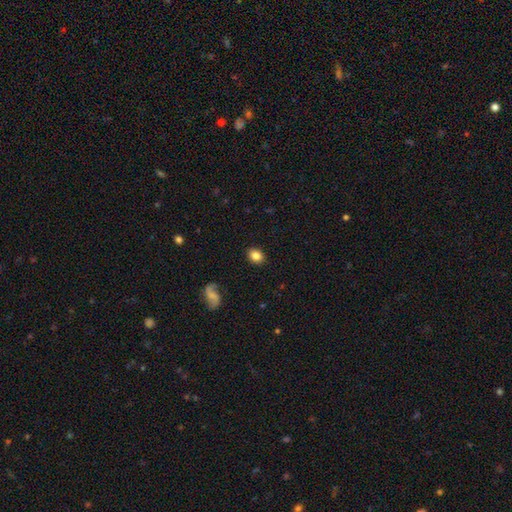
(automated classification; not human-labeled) Smooth or featured? Predicted: smooth (p=0.83). How rounded? Predicted: in between (p=0.57). Merging? Predicted: none (p=0.87).